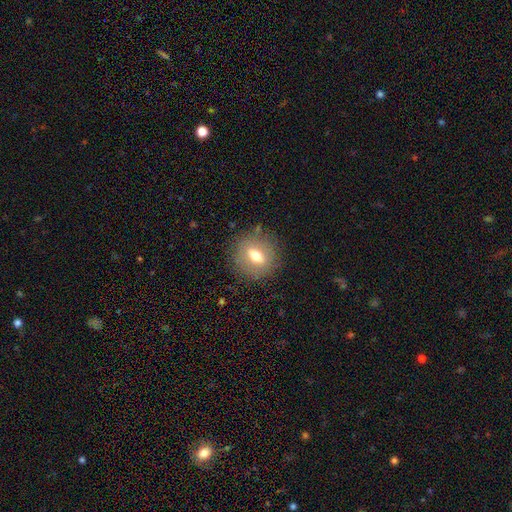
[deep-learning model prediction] Smooth or featured? smooth (56%)
How rounded? round (71%)
Merging? none (84%)